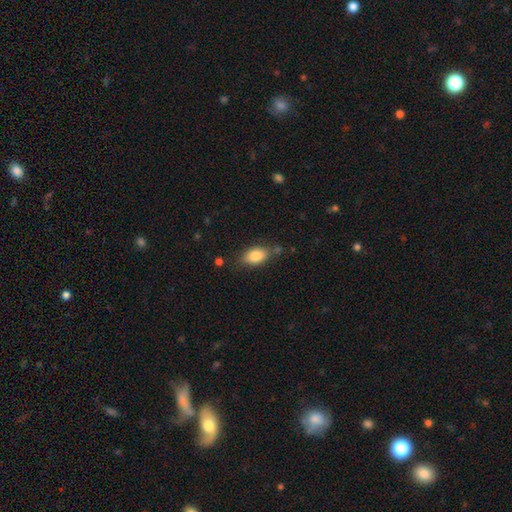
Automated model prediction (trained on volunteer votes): This appears to be a smooth galaxy with no disk features (84%) that is in between round and cigar-shaped (89%). Merging: none (72%).